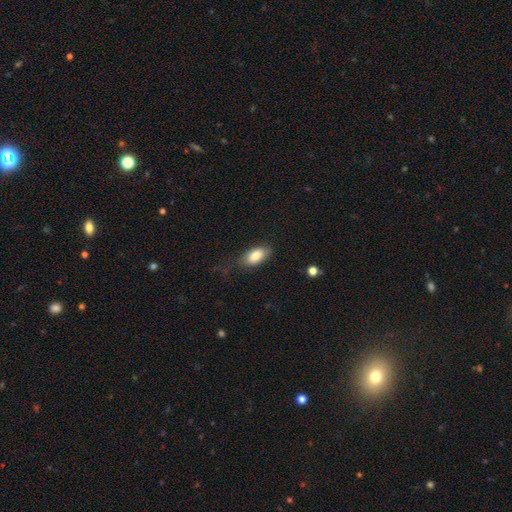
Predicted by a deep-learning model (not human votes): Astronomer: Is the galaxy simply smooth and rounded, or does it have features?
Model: smooth — 81%.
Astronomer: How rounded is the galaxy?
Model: in between — 91%.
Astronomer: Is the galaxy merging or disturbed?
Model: none — 71%.